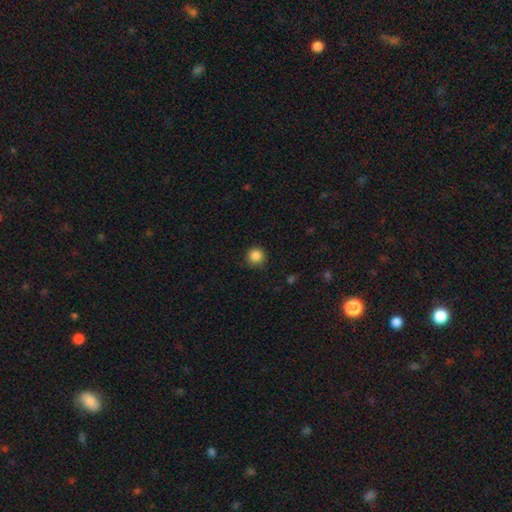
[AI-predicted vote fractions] Smooth or featured? Predicted: smooth (p=0.86). How rounded? Predicted: round (p=0.94). Merging? Predicted: none (p=0.85).